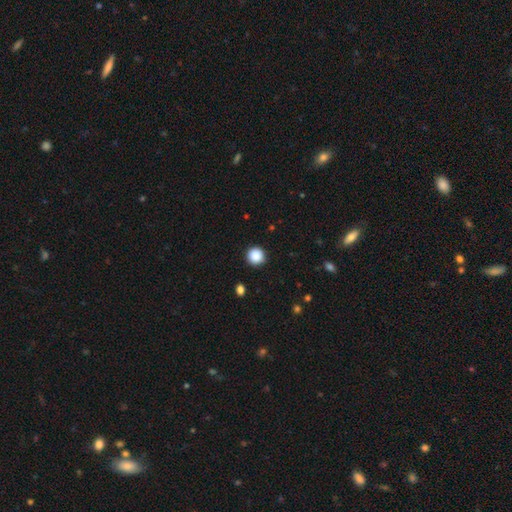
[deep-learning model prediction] Q: Smooth or featured?
A: smooth (88%); runner-up: star or artifact (9%)
Q: How rounded?
A: round (95%); runner-up: in between (4%)
Q: Merging?
A: none (92%); runner-up: minor disturbance (5%)